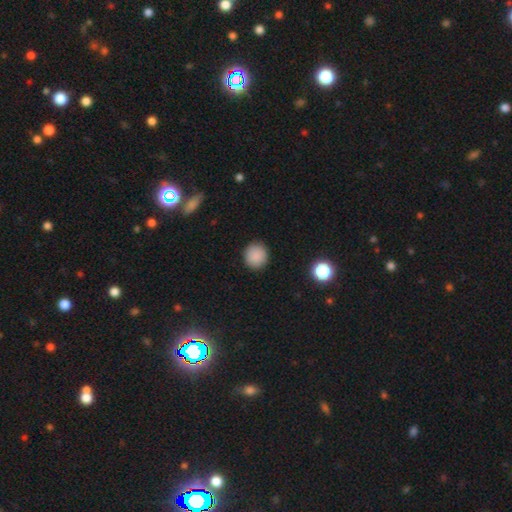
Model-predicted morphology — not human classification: This appears to be a smooth galaxy with no disk features (88%) that is round (89%). Merging: none (91%).